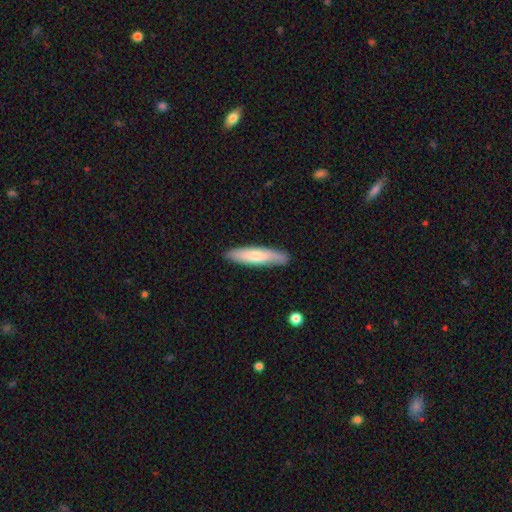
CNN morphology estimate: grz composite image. It shows a smooth galaxy with no disk features (66%) that is cigar-shaped (79%). Merging: none (83%).